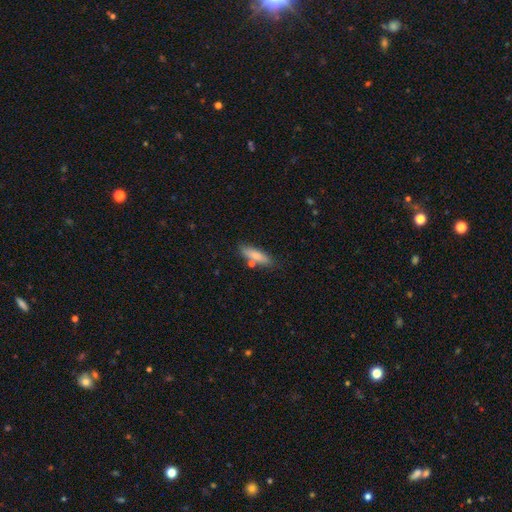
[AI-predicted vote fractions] This is clearly a smooth galaxy (80%). How rounded: likely cigar-shaped (62%). Merging: likely none (77%).